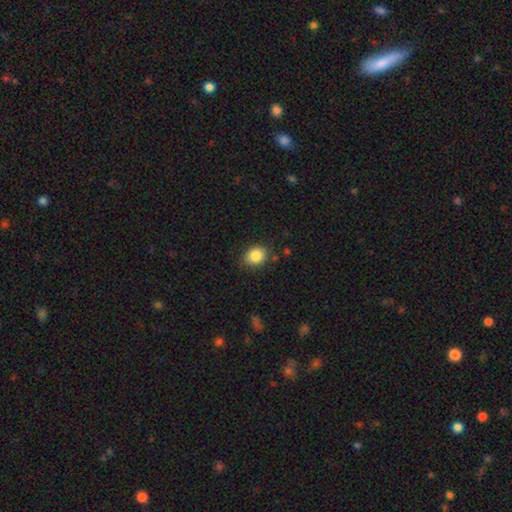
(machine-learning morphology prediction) Smooth or featured?
  - smooth: 86% *
  - star or artifact: 9%
  - featured or disk: 6%
How rounded?
  - in between: 51% *
  - round: 48%
  - cigar-shaped: 1%
Merging?
  - none: 81% *
  - minor disturbance: 14%
  - major disturbance: 3%
  - merger: 2%